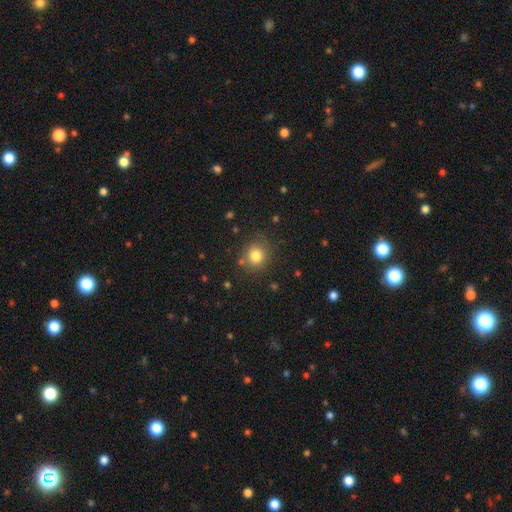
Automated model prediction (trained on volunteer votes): Smooth or featured? Predicted: smooth (p=0.80). How rounded? Predicted: round (p=0.88). Merging? Predicted: none (p=0.81).